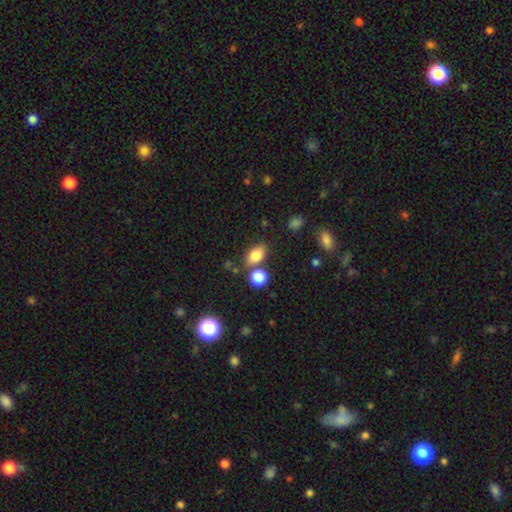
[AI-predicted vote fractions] The model was most divided on "merging": none: 66%, merger: 19%, minor disturbance: 12%, major disturbance: 4%. More confident: how rounded — in between (82%); smooth or featured — smooth (80%).